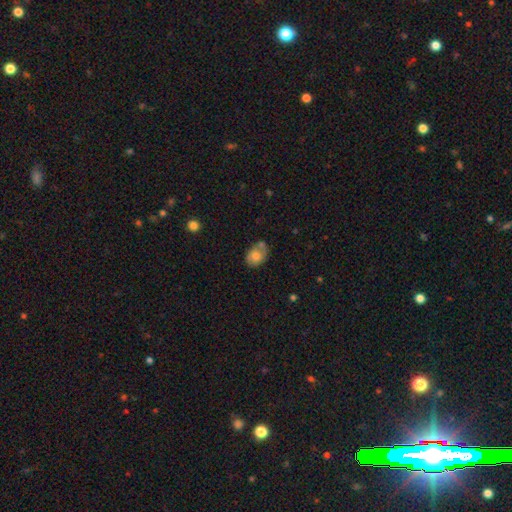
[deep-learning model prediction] This appears to be a smooth galaxy with no disk features (67%) that is in between round and cigar-shaped (72%). Merging: none (52%).